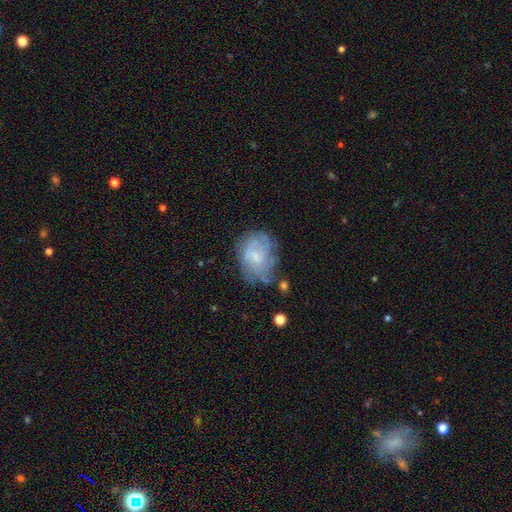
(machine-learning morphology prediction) smooth-or-featured: featured or disk: 59% | smooth: 32% | star or artifact: 10%
  disk-edge-on: no: 97% | yes: 3%
    bar: no: 63% | weak: 32% | strong: 4%
    has-spiral-arms: yes: 68% | no: 32%
    bulge-size: small: 56% | moderate: 25% | none: 15% | large: 2% | dominant: 1%
  merging: none: 54% | minor disturbance: 26% | major disturbance: 16% | merger: 4%